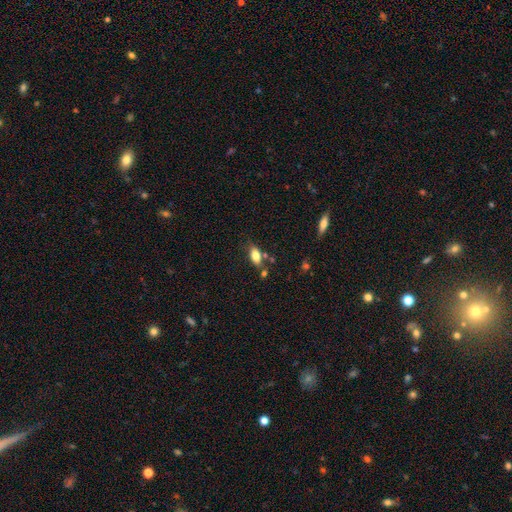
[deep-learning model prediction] Smooth or featured: smooth — 79% (featured or disk — 13%)
How rounded: in between — 87% (cigar-shaped — 8%)
Merging: none — 65% (minor disturbance — 17%)